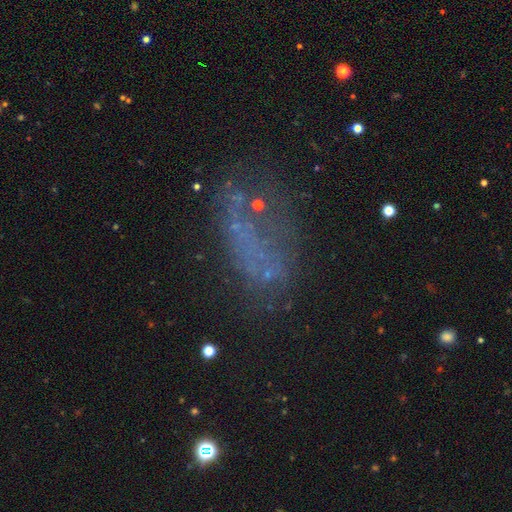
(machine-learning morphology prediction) smooth_or_featured: smooth (p=0.36) [alt: featured or disk p=0.34]
merging: none (p=0.48) [alt: major disturbance p=0.26]